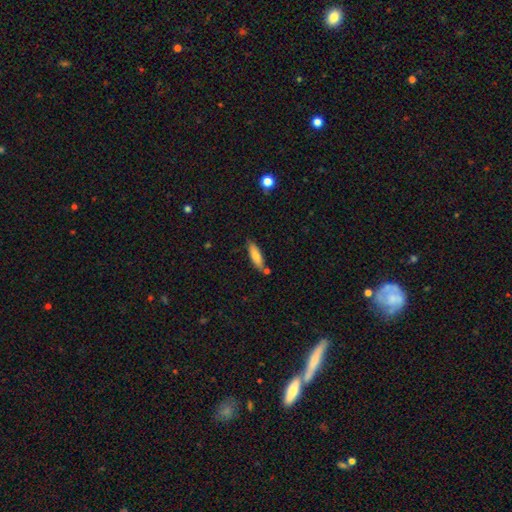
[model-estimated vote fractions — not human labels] This is likely a smooth galaxy (79%). How rounded: possibly cigar-shaped (58%). Merging: likely none (74%).